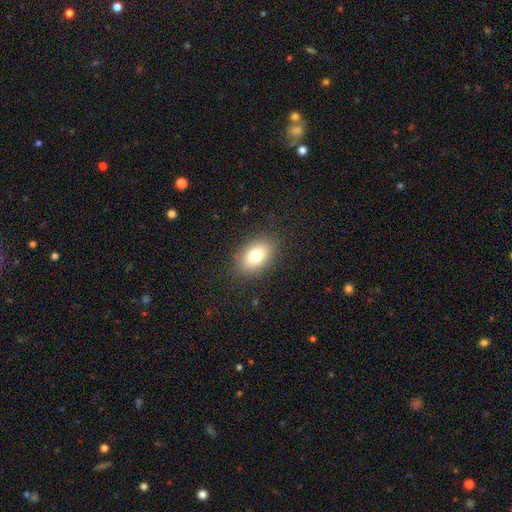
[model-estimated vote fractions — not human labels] A smooth galaxy with no disk features (79%) that is in between round and cigar-shaped (88%). Merging: none (85%).